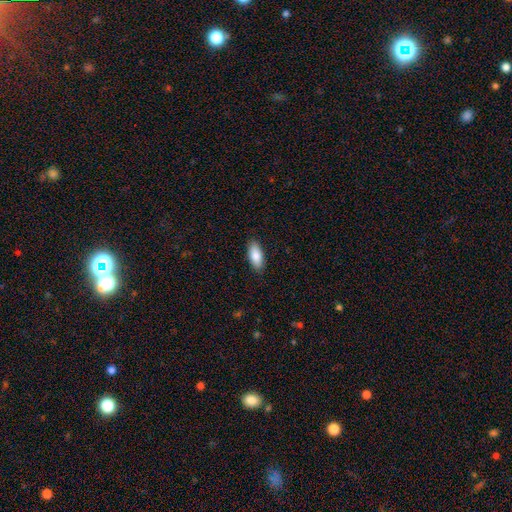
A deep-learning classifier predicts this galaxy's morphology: Smooth or featured: smooth — 86% (featured or disk — 8%)
How rounded: in between — 87% (cigar-shaped — 11%)
Merging: none — 88% (minor disturbance — 9%)